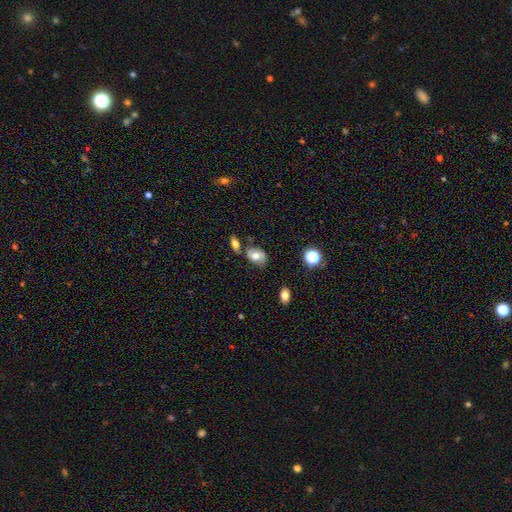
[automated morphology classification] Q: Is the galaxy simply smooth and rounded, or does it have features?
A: smooth — 57%.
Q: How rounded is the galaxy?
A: in between — 80%.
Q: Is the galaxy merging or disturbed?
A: none — 58%.